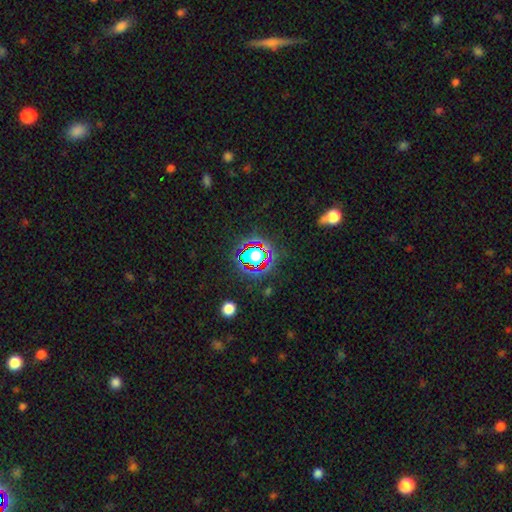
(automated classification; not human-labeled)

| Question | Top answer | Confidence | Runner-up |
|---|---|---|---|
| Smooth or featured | star or artifact | 63% | smooth (24%) |